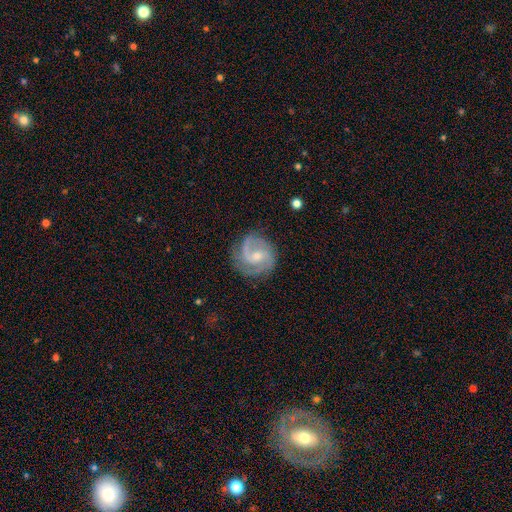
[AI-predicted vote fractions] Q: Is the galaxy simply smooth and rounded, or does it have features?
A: featured or disk — 85%.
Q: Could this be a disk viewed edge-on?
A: no — 98%.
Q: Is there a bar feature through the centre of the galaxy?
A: no — 47%.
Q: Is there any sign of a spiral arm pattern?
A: yes — 97%.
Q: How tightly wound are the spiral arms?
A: medium — 52%.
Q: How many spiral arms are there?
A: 2 — 73%.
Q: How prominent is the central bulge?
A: small — 53%.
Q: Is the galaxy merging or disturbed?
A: none — 75%.